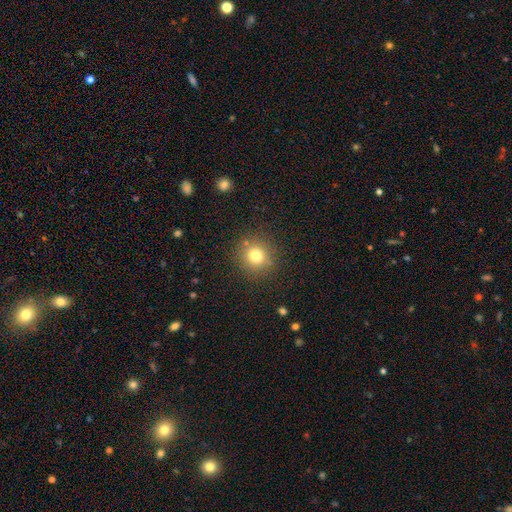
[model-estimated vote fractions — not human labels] Morphology: type=smooth (77%); roundness=round (93%); merging=none (86%).